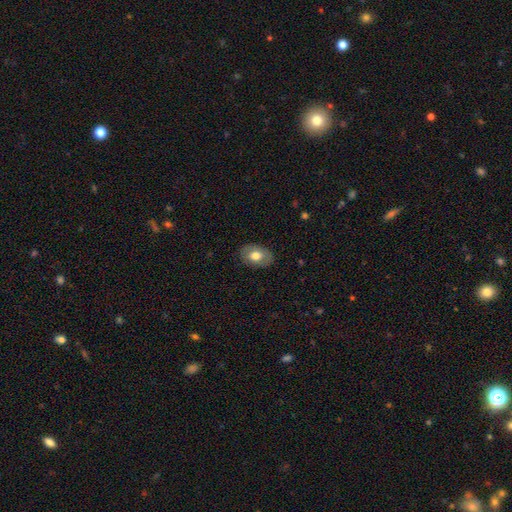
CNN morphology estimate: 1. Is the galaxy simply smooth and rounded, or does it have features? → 69% smooth, 24% featured or disk, 7% star or artifact.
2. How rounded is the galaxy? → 83% in between, 16% round, 1% cigar-shaped.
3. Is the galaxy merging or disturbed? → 85% none, 11% minor disturbance, 3% major disturbance, 1% merger.